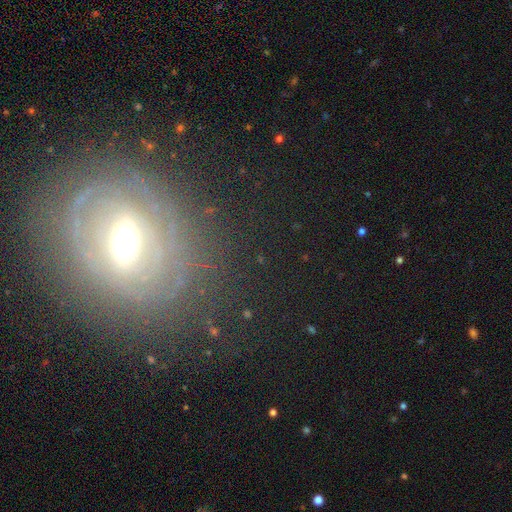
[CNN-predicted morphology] Smooth or featured? Predicted: featured or disk (p=0.70). Edge-on disk? Predicted: no (p=0.86). Bar? Predicted: strong (p=0.38). Spiral arms? Predicted: yes (p=0.59). Bulge size? Predicted: moderate (p=0.64). Merging? Predicted: none (p=0.79).